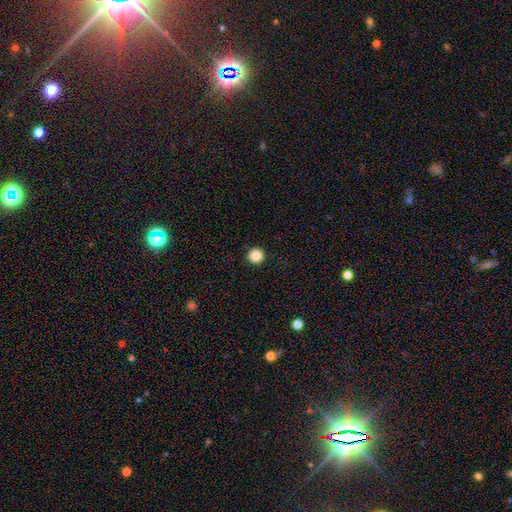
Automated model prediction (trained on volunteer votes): Smooth or featured?
  - smooth: 87% *
  - star or artifact: 10%
  - featured or disk: 4%
How rounded?
  - round: 96% *
  - in between: 3%
  - cigar-shaped: 1%
Merging?
  - none: 94% *
  - minor disturbance: 4%
  - major disturbance: 1%
  - merger: 1%